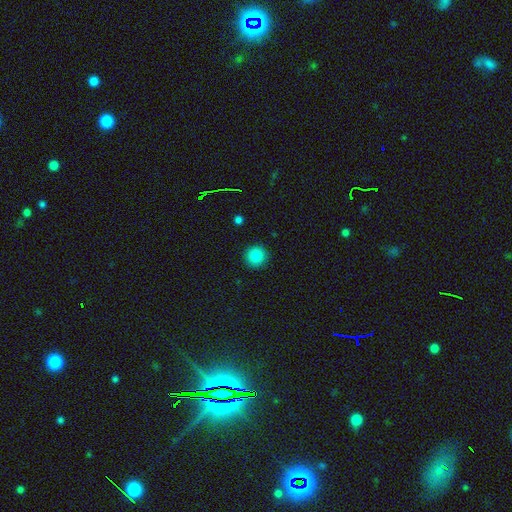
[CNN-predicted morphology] A smooth galaxy with no disk features (85%) that is round (94%).

Vote fractions:
- Smooth or featured? smooth: 85% / star or artifact: 10% / featured or disk: 5%
- How rounded? round: 94% / in between: 5% / cigar-shaped: 1%
- Merging? none: 92% / minor disturbance: 6% / major disturbance: 2% / merger: 1%